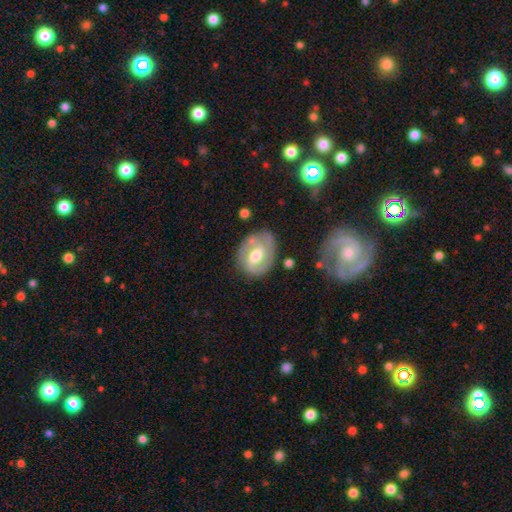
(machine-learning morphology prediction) Smooth or featured?
  - featured or disk: 73% *
  - smooth: 22%
  - star or artifact: 5%
Edge-on disk?
  - no: 96% *
  - yes: 4%
Bar?
  - weak: 47% *
  - no: 32%
  - strong: 22%
Spiral arms?
  - yes: 82% *
  - no: 18%
Spiral winding?
  - tight: 46% *
  - medium: 40%
  - loose: 15%
Spiral arm count?
  - 2: 69% *
  - can't tell: 17%
  - 1: 6%
  - 3: 5%
  - 4: 1%
  - more than 4: 1%
Bulge size?
  - moderate: 71% *
  - large: 14%
  - small: 12%
  - none: 1%
  - dominant: 1%
Merging?
  - none: 69% *
  - minor disturbance: 20%
  - major disturbance: 8%
  - merger: 3%